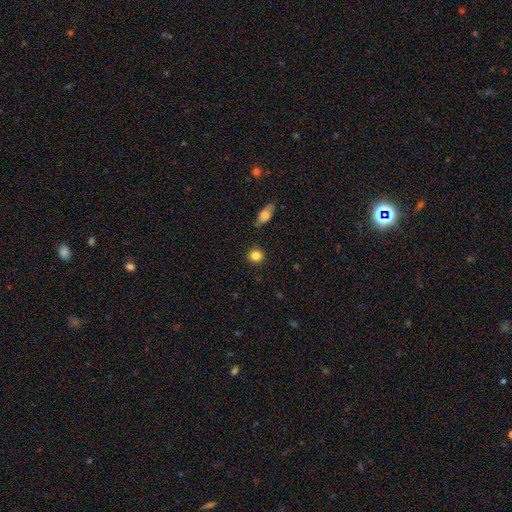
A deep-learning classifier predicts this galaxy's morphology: smooth_or_featured: smooth (p=0.85) [alt: star or artifact p=0.10]
how_rounded: round (p=0.86) [alt: in between p=0.13]
merging: none (p=0.89) [alt: minor disturbance p=0.07]